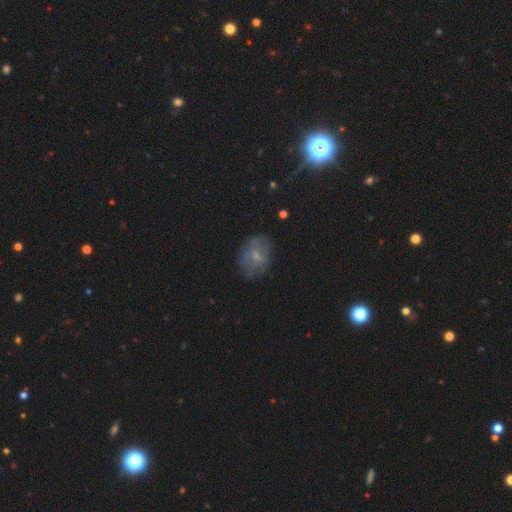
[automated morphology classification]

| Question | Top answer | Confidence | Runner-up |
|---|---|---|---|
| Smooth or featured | smooth | 53% | featured or disk (36%) |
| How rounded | in between | 61% | round (38%) |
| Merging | none | 69% | minor disturbance (21%) |